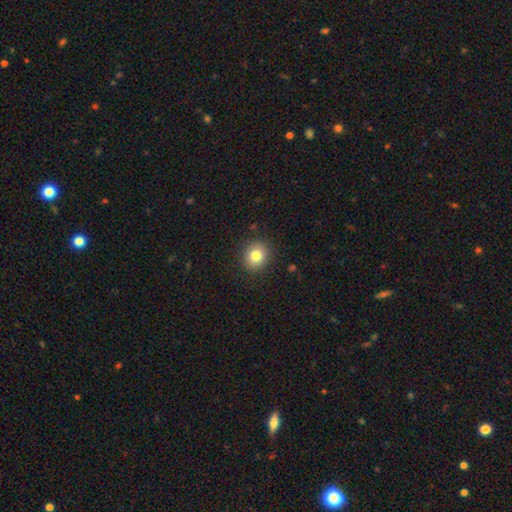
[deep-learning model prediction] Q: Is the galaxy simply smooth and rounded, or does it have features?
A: smooth — 81%.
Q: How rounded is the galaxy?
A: round — 84%.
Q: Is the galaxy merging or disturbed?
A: none — 90%.